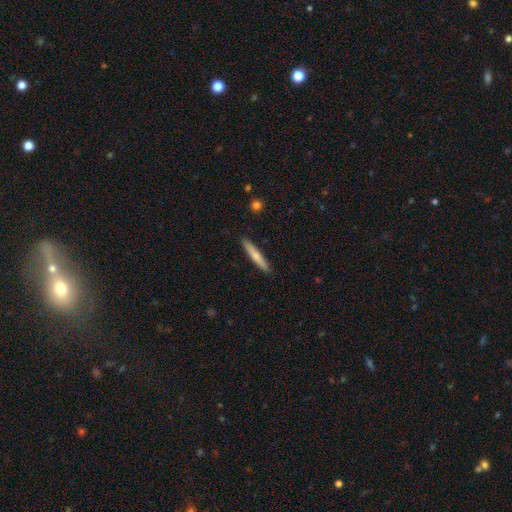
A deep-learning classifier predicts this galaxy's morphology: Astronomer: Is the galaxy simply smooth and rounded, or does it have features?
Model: smooth — 66%.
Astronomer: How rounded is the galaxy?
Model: cigar-shaped — 94%.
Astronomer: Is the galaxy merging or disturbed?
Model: none — 91%.